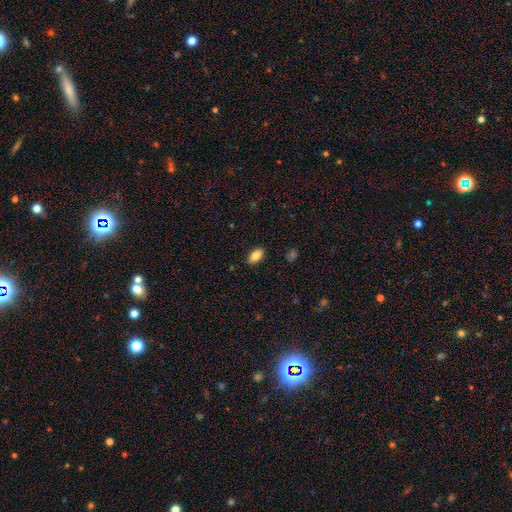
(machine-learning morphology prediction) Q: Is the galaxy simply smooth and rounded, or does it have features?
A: smooth — 84%.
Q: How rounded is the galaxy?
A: in between — 92%.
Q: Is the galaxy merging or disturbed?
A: none — 89%.